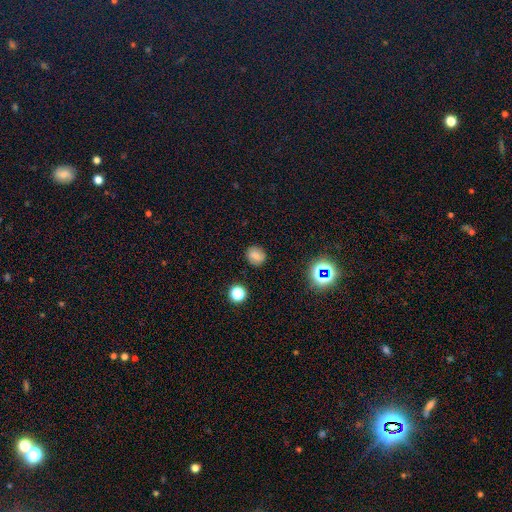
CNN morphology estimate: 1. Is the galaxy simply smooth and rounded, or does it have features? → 73% smooth, 16% star or artifact, 11% featured or disk.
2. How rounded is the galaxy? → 72% round, 26% in between, 1% cigar-shaped.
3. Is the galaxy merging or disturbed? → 86% none, 10% minor disturbance, 3% major disturbance, 2% merger.